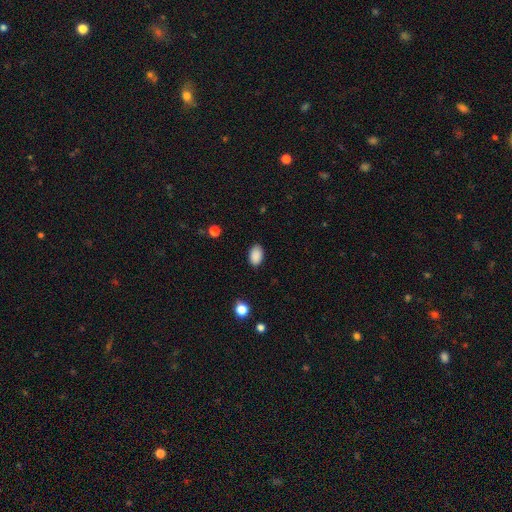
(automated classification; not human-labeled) Smooth or featured?
  - smooth: 89% *
  - star or artifact: 8%
  - featured or disk: 3%
How rounded?
  - in between: 89% *
  - round: 9%
  - cigar-shaped: 1%
Merging?
  - none: 86% *
  - minor disturbance: 11%
  - major disturbance: 2%
  - merger: 1%